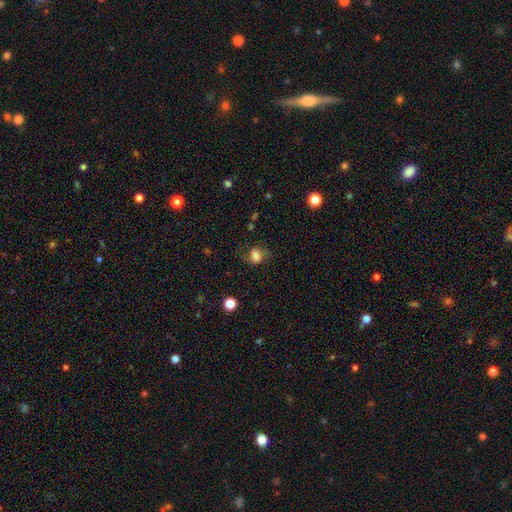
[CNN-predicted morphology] smooth 72%, featured or disk 16%, star or artifact 11%. Down the decision tree: how rounded — in between (50%); merging — none (62%).